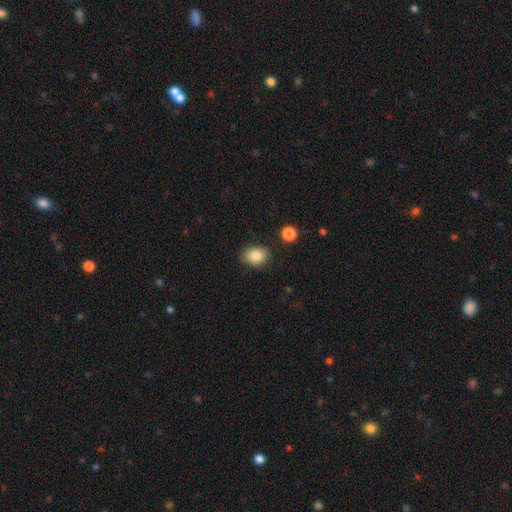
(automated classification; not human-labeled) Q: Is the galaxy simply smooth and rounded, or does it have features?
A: smooth — 85%.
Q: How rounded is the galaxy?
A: in between — 58%.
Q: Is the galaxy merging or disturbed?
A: none — 82%.